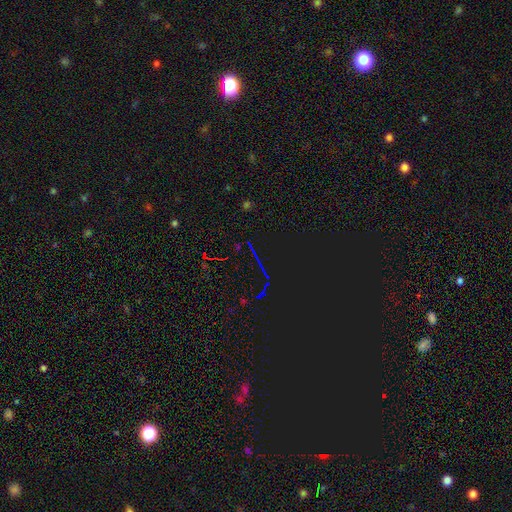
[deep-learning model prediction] A star or artifact, not a galaxy (79%).

Vote fractions:
- Smooth or featured? star or artifact: 79% / featured or disk: 12% / smooth: 9%